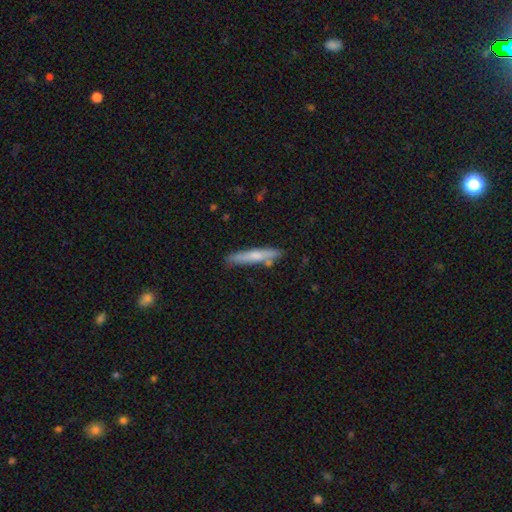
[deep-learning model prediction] Smooth or featured? Predicted: smooth (p=0.57). How rounded? Predicted: cigar-shaped (p=0.92). Merging? Predicted: none (p=0.81).